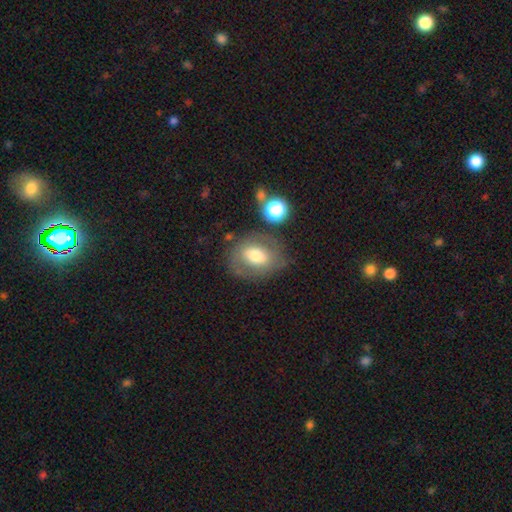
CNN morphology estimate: Q: Smooth or featured?
A: smooth (58%); runner-up: featured or disk (32%)
Q: How rounded?
A: in between (60%); runner-up: round (39%)
Q: Merging?
A: none (69%); runner-up: minor disturbance (18%)